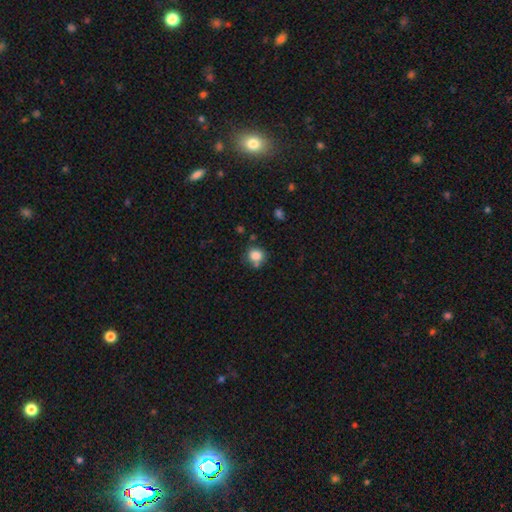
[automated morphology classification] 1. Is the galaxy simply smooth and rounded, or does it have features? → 84% smooth, 11% star or artifact, 6% featured or disk.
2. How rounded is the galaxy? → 82% round, 17% in between, 1% cigar-shaped.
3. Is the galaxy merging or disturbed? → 66% none, 18% minor disturbance, 12% merger, 5% major disturbance.